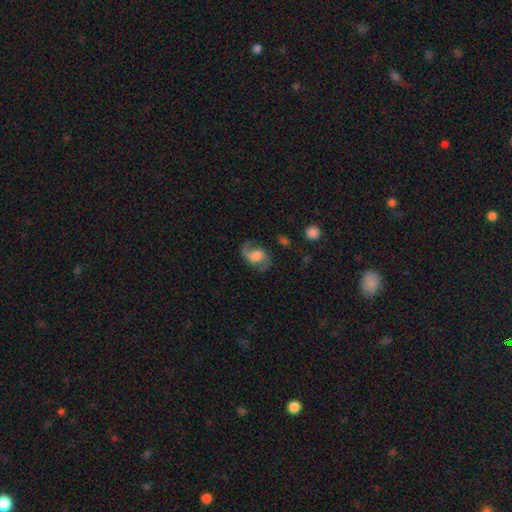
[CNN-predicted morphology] The model was most divided on "spiral winding": loose: 48%, medium: 43%, tight: 9%. Remaining: edge-on disk — no (97%); spiral arms — yes (94%); spiral arm count — 2 (91%); smooth or featured — featured or disk (77%); merging — none (74%); bar — no (48%); bulge size — large (42%).